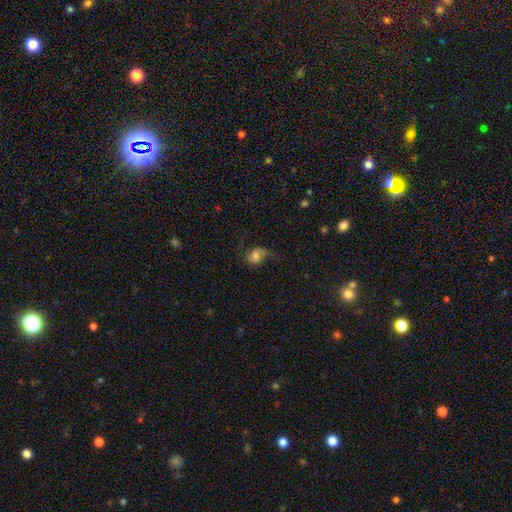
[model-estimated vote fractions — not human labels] smooth-or-featured: smooth: 55% | featured or disk: 35% | star or artifact: 10%
  how-rounded: in between: 52% | round: 46% | cigar-shaped: 1%
  merging: none: 50% | minor disturbance: 28% | major disturbance: 20% | merger: 2%